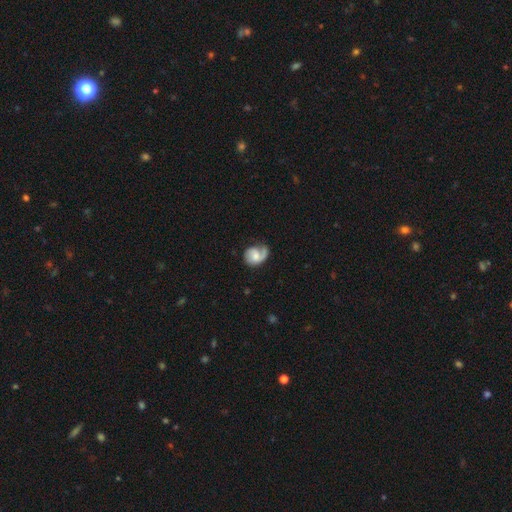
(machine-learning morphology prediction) Smooth or featured? Predicted: featured or disk (p=0.67). Edge-on disk? Predicted: no (p=0.98). Bar? Predicted: no (p=0.64). Spiral arms? Predicted: yes (p=0.92). Spiral winding? Predicted: medium (p=0.40). Spiral arm count? Predicted: 1 (p=0.55). Bulge size? Predicted: moderate (p=0.39). Merging? Predicted: none (p=0.52).